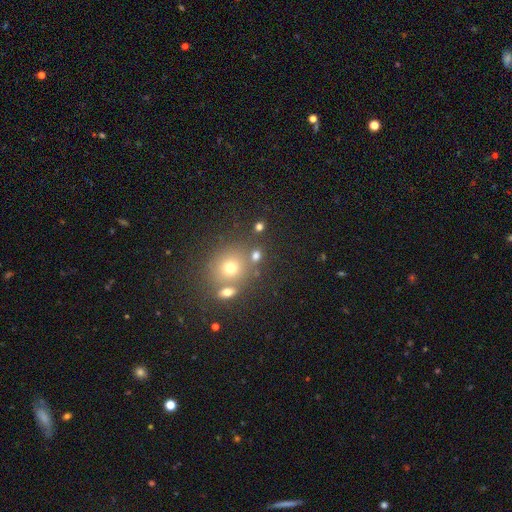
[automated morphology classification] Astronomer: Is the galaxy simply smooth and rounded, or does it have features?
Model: smooth — 67%.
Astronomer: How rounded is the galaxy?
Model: round — 75%.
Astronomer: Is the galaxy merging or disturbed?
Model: none — 65%.